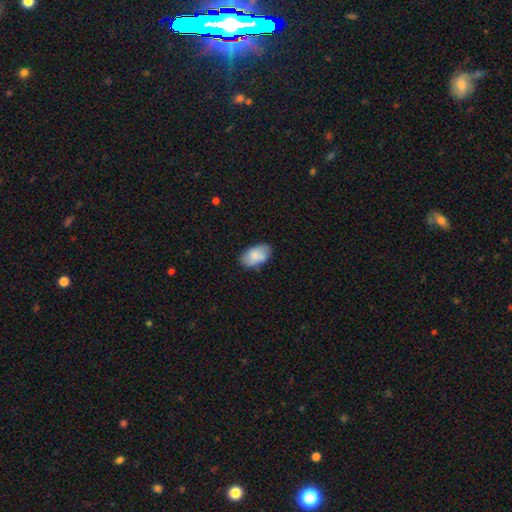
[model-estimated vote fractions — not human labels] Smooth or featured? Predicted: smooth (p=0.83). How rounded? Predicted: in between (p=0.94). Merging? Predicted: none (p=0.76).